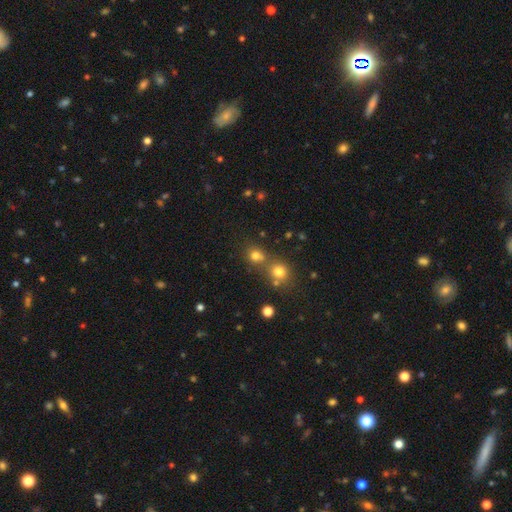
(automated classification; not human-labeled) Morphology: type=smooth (75%); roundness=round (83%); merging=none (53%).